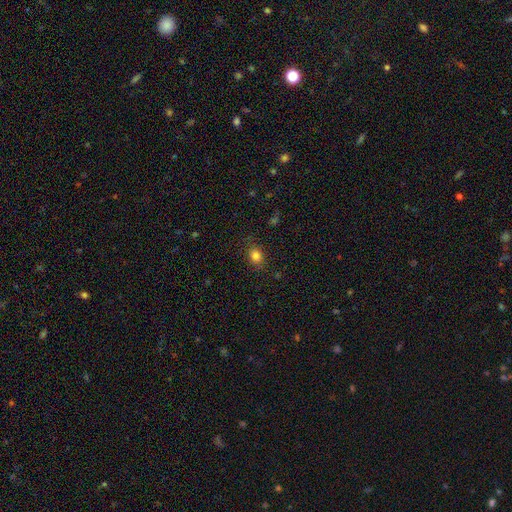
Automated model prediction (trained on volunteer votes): Smooth or featured? Predicted: smooth (p=0.83). How rounded? Predicted: round (p=0.58). Merging? Predicted: none (p=0.84).